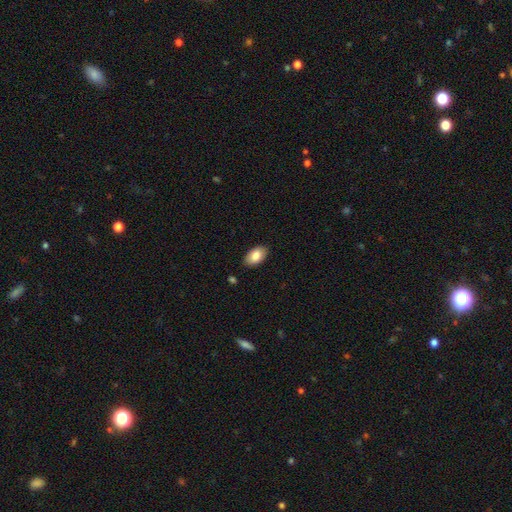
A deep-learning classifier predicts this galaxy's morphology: Overall: smooth (85%). How rounded: in between (94%). Merging: none (87%).